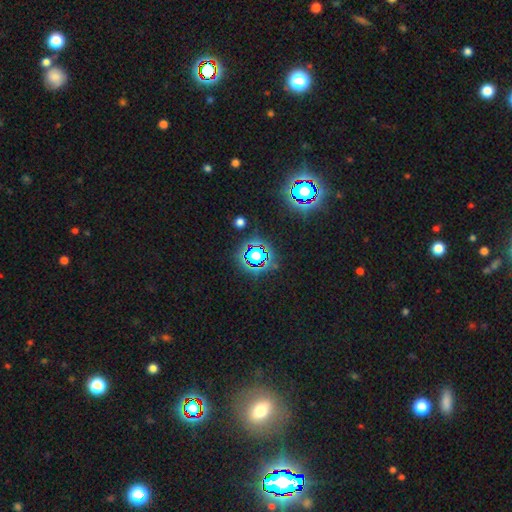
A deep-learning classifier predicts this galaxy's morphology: Overall: star or artifact (64%).